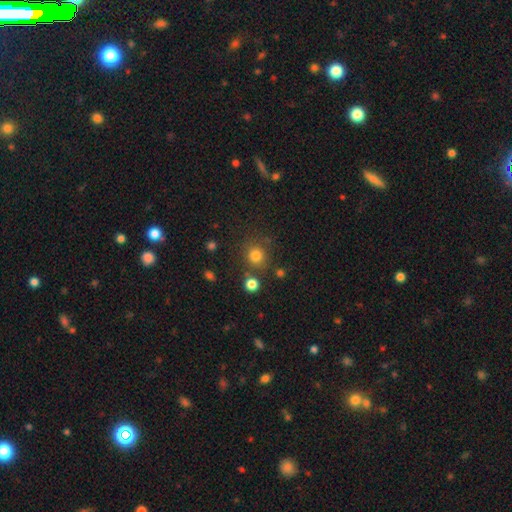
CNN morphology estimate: Smooth or featured? Predicted: smooth (p=0.80). How rounded? Predicted: round (p=0.90). Merging? Predicted: none (p=0.77).